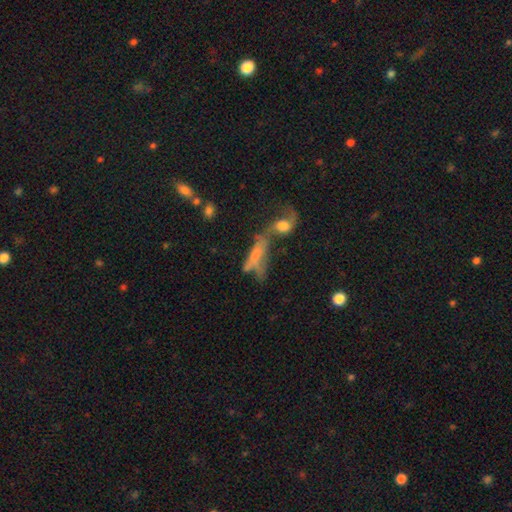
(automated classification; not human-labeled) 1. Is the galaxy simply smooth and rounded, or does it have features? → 48% smooth, 36% featured or disk, 16% star or artifact.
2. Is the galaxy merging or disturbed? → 55% merger, 18% major disturbance, 17% none, 10% minor disturbance.